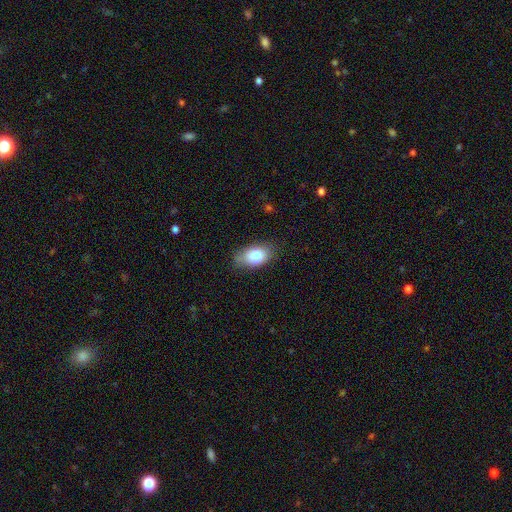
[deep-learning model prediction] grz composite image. It shows a smooth galaxy with no disk features (82%) that is in between round and cigar-shaped (90%). Merging: none (74%).